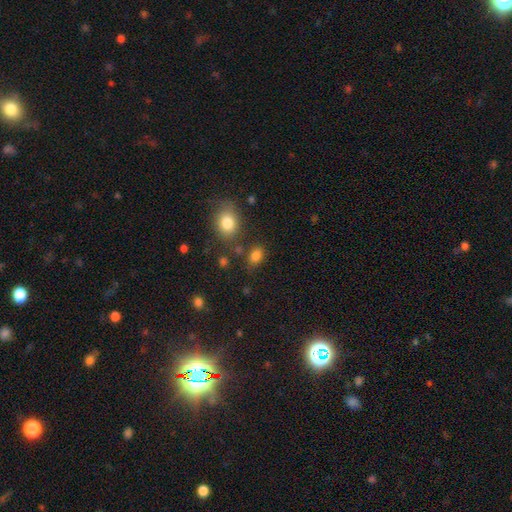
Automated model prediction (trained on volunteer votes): smooth 83%, star or artifact 12%, featured or disk 6%. Down the decision tree: how rounded — in between (77%); merging — none (74%).